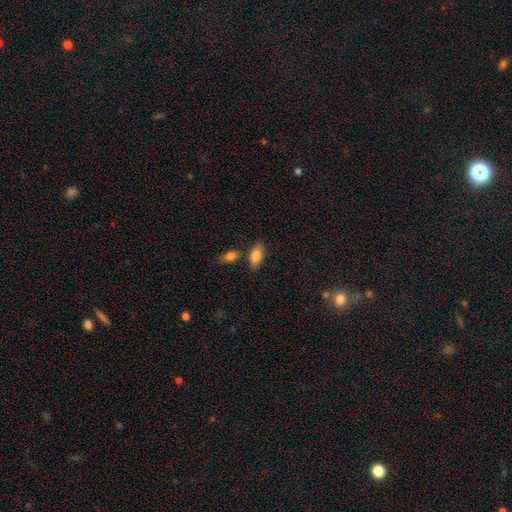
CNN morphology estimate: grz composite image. It shows a smooth galaxy with no disk features (84%) that is in between round and cigar-shaped (89%). Merging: none (74%).